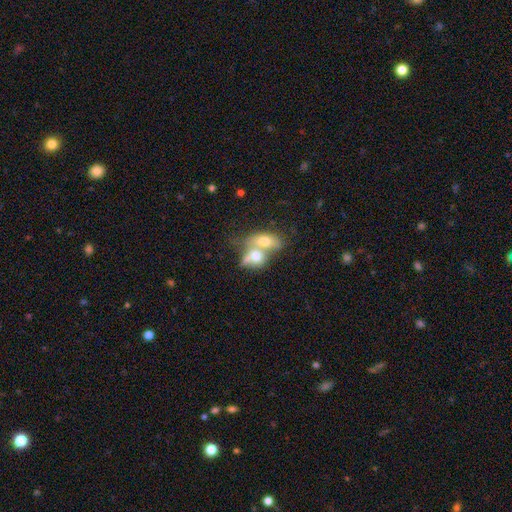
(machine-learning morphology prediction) A smooth galaxy with no disk features (65%) that is in between round and cigar-shaped (67%). Merging: merger (77%).